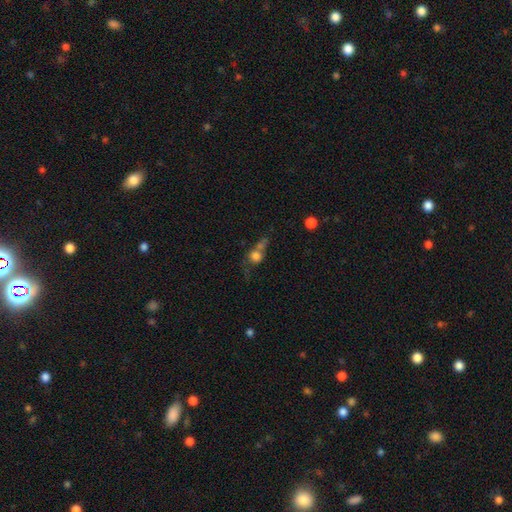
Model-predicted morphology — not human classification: This appears to be a smooth galaxy with no disk features (68%) that is round (76%). Merging: merger (43%).